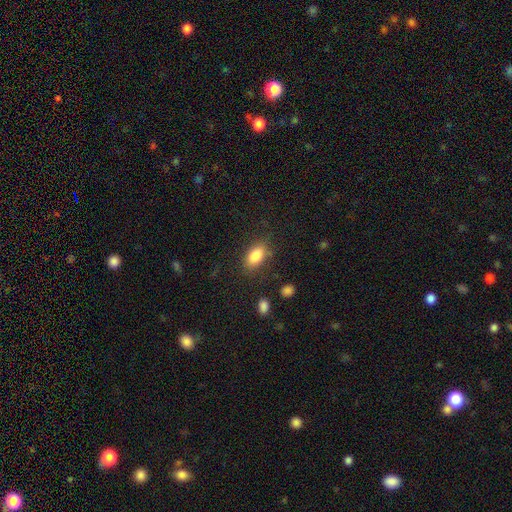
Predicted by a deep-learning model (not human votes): smooth 85%, star or artifact 8%, featured or disk 7%. Down the decision tree: how rounded — in between (89%); merging — none (80%).